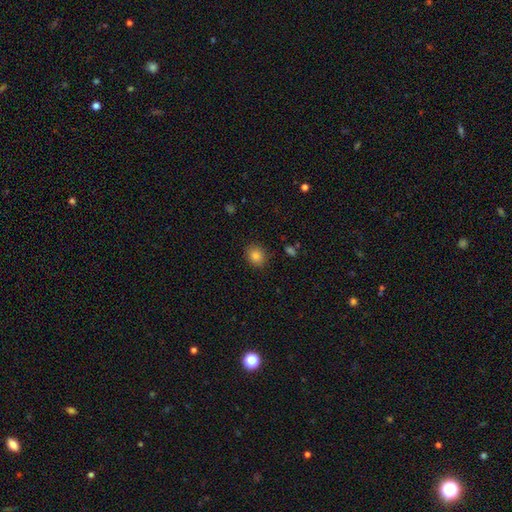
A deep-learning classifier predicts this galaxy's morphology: Smooth or featured: smooth — 84% (star or artifact — 10%)
How rounded: round — 69% (in between — 31%)
Merging: none — 88% (minor disturbance — 8%)